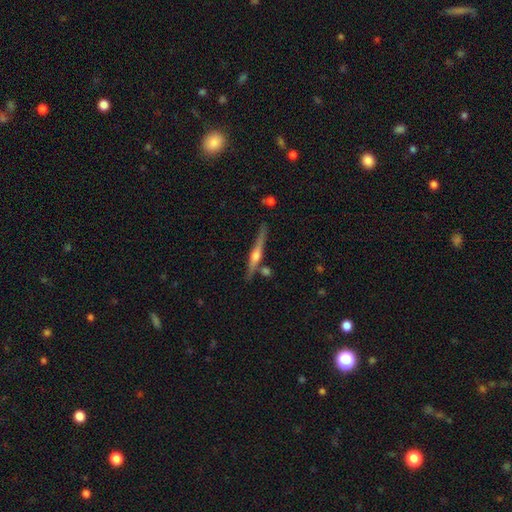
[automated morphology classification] Smooth or featured: featured or disk — 72% (smooth — 22%)
Edge-on disk: yes — 97% (no — 3%)
Edge-on bulge: rounded — 89% (boxy — 6%)
Merging: none — 79% (minor disturbance — 11%)